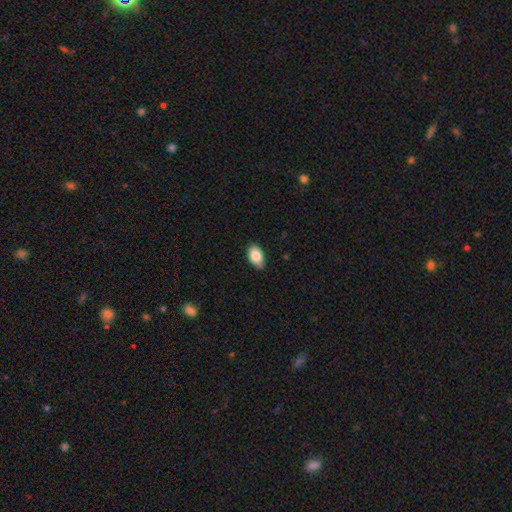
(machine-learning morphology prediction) smooth-or-featured: smooth: 86% | featured or disk: 7% | star or artifact: 7%
  how-rounded: in between: 93% | round: 6% | cigar-shaped: 2%
  merging: none: 82% | minor disturbance: 15% | major disturbance: 2% | merger: 1%